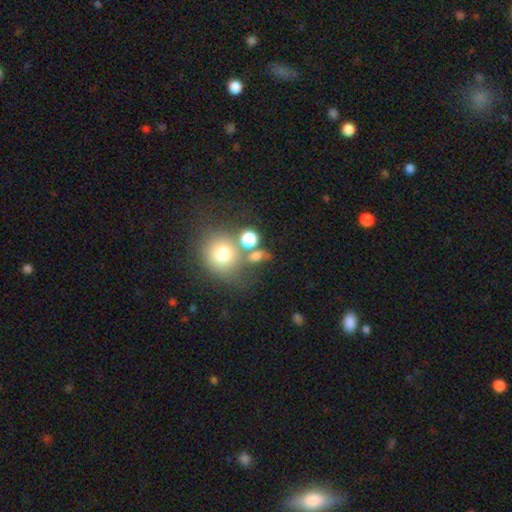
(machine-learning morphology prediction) The model was most divided on "merging": none: 47%, merger: 28%, minor disturbance: 14%, major disturbance: 10%. More confident: smooth or featured — smooth (72%); how rounded — round (61%).